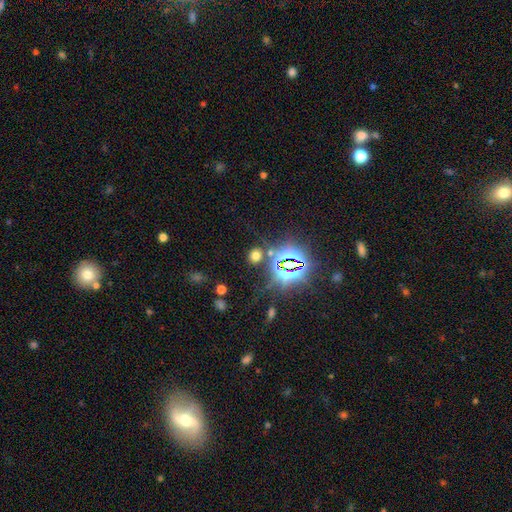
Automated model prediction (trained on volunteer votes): Smooth or featured: smooth — 52% (star or artifact — 41%)
How rounded: round — 67% (in between — 31%)
Merging: none — 81% (minor disturbance — 9%)